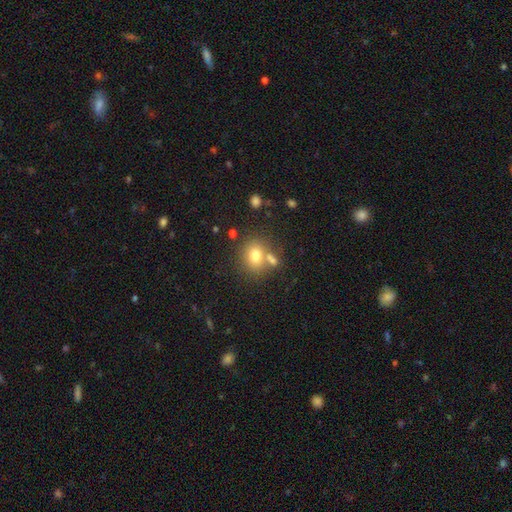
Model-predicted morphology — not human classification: A smooth galaxy with no disk features (74%) that is round (65%).

Vote fractions:
- Smooth or featured? smooth: 74% / star or artifact: 13% / featured or disk: 12%
- How rounded? round: 65% / in between: 34% / cigar-shaped: 1%
- Merging? none: 61% / merger: 23% / minor disturbance: 11% / major disturbance: 4%